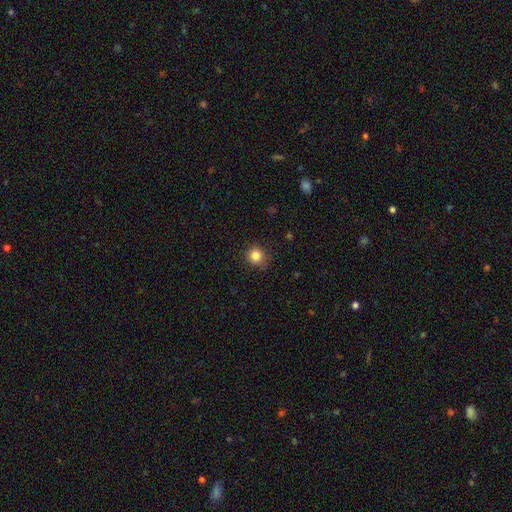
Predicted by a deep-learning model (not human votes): Q: Smooth or featured?
A: smooth (83%); runner-up: star or artifact (12%)
Q: How rounded?
A: round (90%); runner-up: in between (10%)
Q: Merging?
A: none (85%); runner-up: minor disturbance (11%)